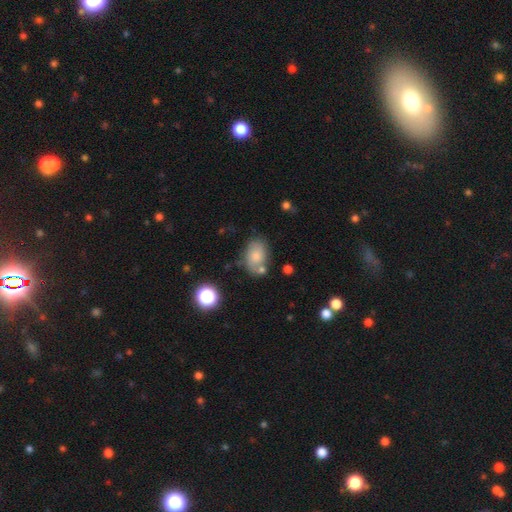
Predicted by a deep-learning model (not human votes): A smooth galaxy with no disk features (71%) that is in between round and cigar-shaped (82%).

Vote fractions:
- Smooth or featured? smooth: 71% / featured or disk: 19% / star or artifact: 10%
- How rounded? in between: 82% / round: 16% / cigar-shaped: 1%
- Merging? none: 61% / minor disturbance: 21% / merger: 12% / major disturbance: 6%